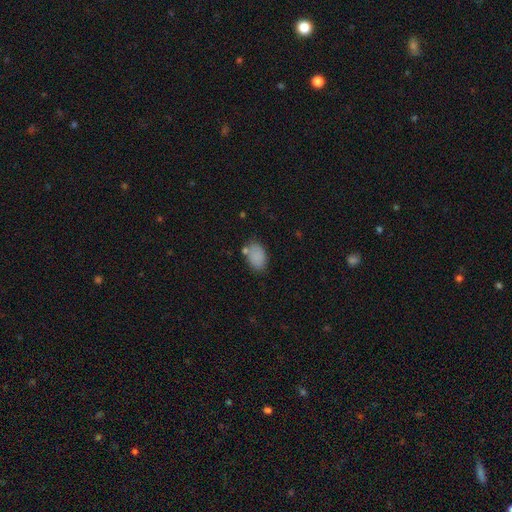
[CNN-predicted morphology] type=smooth (84%); roundness=in between (87%); merging=none (65%).